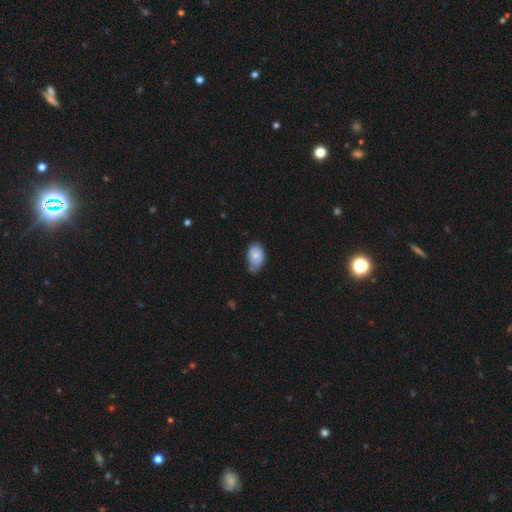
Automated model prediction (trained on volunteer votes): smooth_or_featured: smooth (p=0.82) [alt: featured or disk p=0.11]
how_rounded: in between (p=0.89) [alt: round p=0.09]
merging: none (p=0.49) [alt: minor disturbance p=0.42]